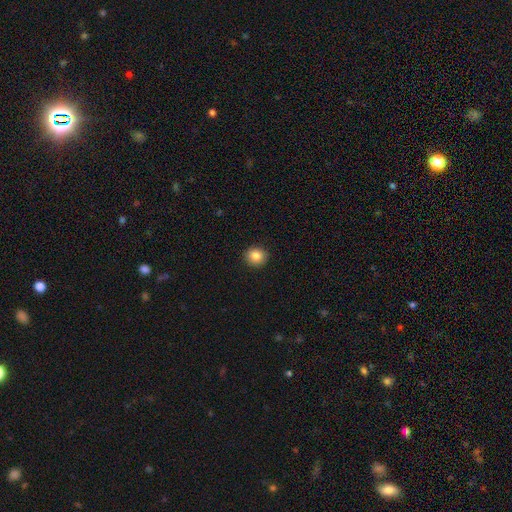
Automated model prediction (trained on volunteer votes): This appears to be a smooth galaxy with no disk features (85%) that is round (87%). Merging: none (92%).